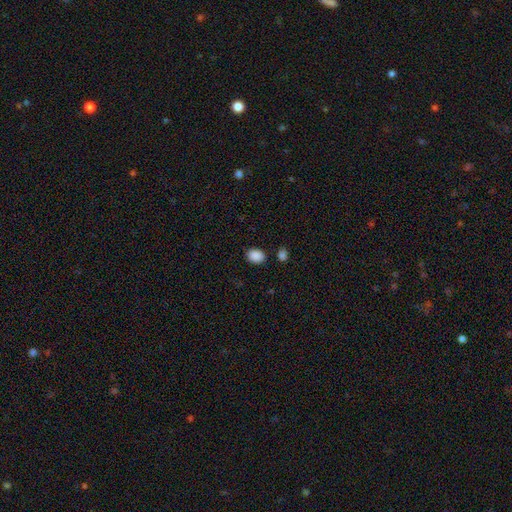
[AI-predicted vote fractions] Q: Smooth or featured?
A: smooth (89%); runner-up: star or artifact (9%)
Q: How rounded?
A: in between (68%); runner-up: round (31%)
Q: Merging?
A: none (82%); runner-up: minor disturbance (11%)